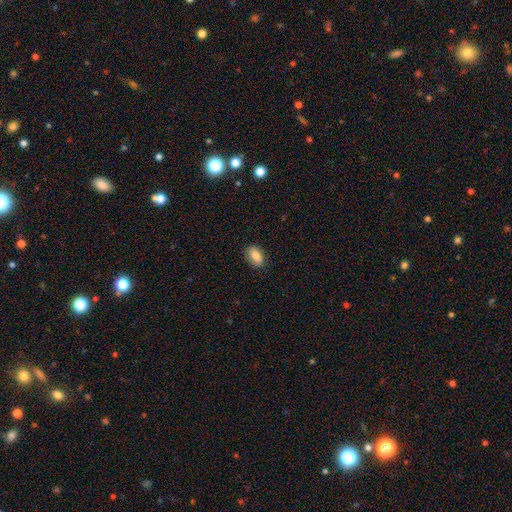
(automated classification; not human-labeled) smooth 81%, featured or disk 11%, star or artifact 8%. Down the decision tree: how rounded — in between (88%); merging — none (83%).